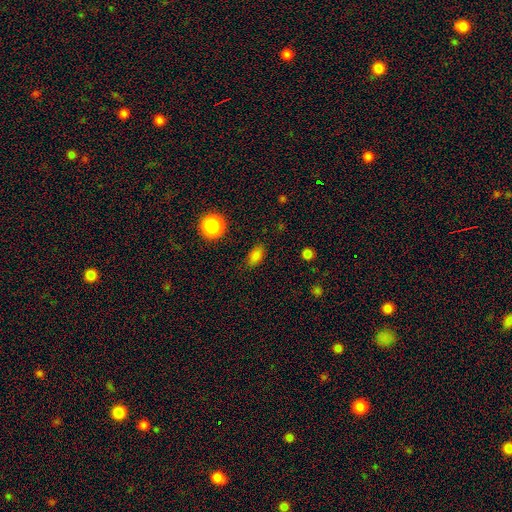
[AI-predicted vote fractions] Q: Smooth or featured?
A: smooth (82%); runner-up: star or artifact (13%)
Q: How rounded?
A: in between (84%); runner-up: round (12%)
Q: Merging?
A: none (84%); runner-up: minor disturbance (11%)